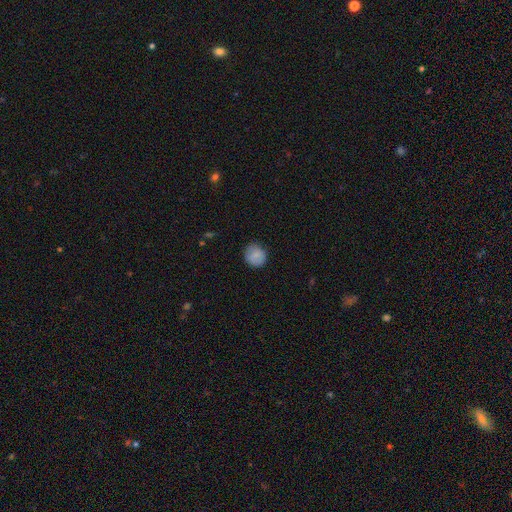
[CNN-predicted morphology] Smooth or featured?
  - smooth: 82% *
  - featured or disk: 10%
  - star or artifact: 8%
How rounded?
  - round: 85% *
  - in between: 14%
  - cigar-shaped: 1%
Merging?
  - none: 81% *
  - minor disturbance: 14%
  - major disturbance: 3%
  - merger: 1%